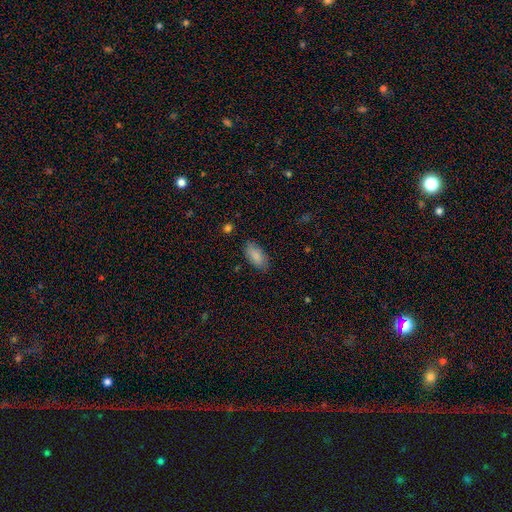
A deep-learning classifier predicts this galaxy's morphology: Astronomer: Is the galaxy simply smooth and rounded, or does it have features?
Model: smooth — 86%.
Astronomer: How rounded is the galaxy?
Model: in between — 90%.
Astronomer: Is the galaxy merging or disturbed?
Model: none — 81%.